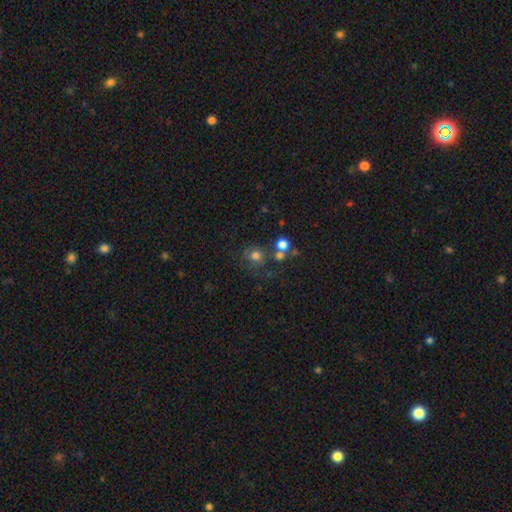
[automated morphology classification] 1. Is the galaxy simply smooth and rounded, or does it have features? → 72% smooth, 16% star or artifact, 12% featured or disk.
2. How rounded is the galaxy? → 84% round, 15% in between, 1% cigar-shaped.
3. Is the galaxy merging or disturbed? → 58% none, 22% merger, 12% minor disturbance, 8% major disturbance.